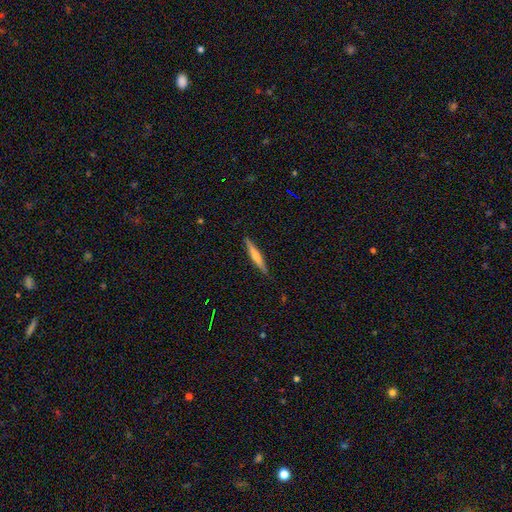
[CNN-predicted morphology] smooth_or_featured: featured or disk (p=0.48) [alt: smooth p=0.46]
merging: none (p=0.89) [alt: minor disturbance p=0.08]